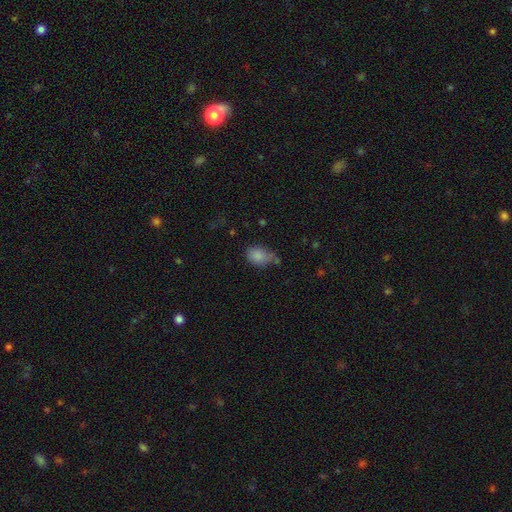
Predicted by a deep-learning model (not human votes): Morphology: type=smooth (70%); roundness=in between (66%); merging=none (50%).